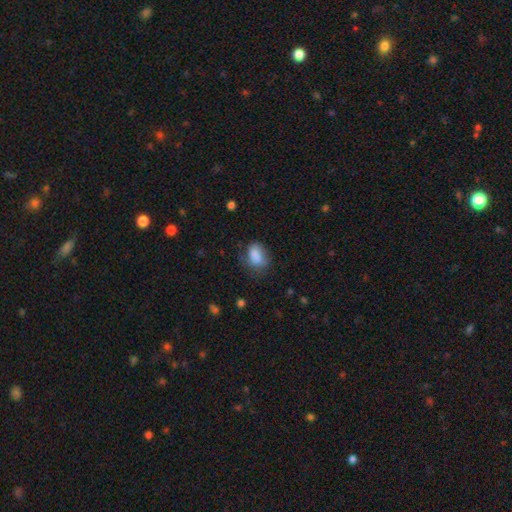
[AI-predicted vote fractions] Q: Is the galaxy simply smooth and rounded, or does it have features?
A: smooth — 82%.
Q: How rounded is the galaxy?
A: in between — 80%.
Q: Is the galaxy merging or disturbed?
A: none — 52%.